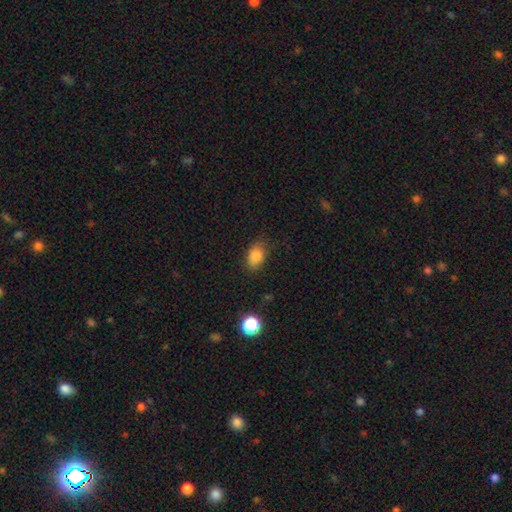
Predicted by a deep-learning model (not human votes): This is clearly a smooth galaxy (84%). How rounded: clearly in between (82%). Merging: likely none (75%).